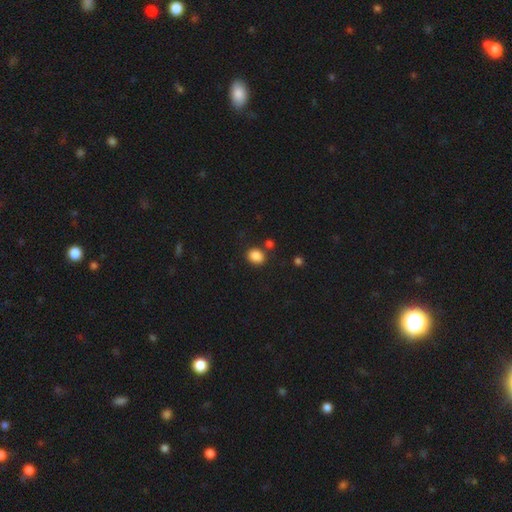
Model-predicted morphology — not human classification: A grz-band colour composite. It shows a smooth galaxy with no disk features (86%) that is round (59%). Merging: none (76%).